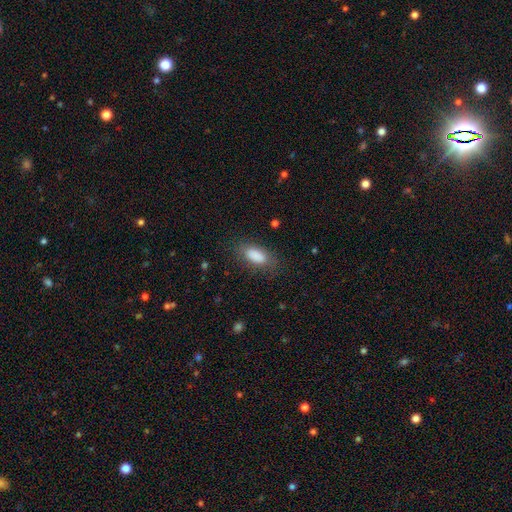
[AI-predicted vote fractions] smooth_or_featured: smooth (p=0.87) [alt: star or artifact p=0.07]
how_rounded: in between (p=0.88) [alt: cigar-shaped p=0.08]
merging: none (p=0.78) [alt: minor disturbance p=0.15]